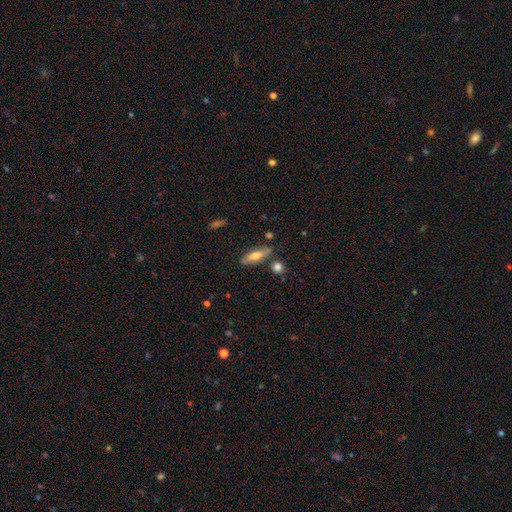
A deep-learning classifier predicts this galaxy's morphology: Overall: smooth (62%; featured or disk 31%). How rounded: in between (49%; cigar-shaped 48%). Merging: none (77%).